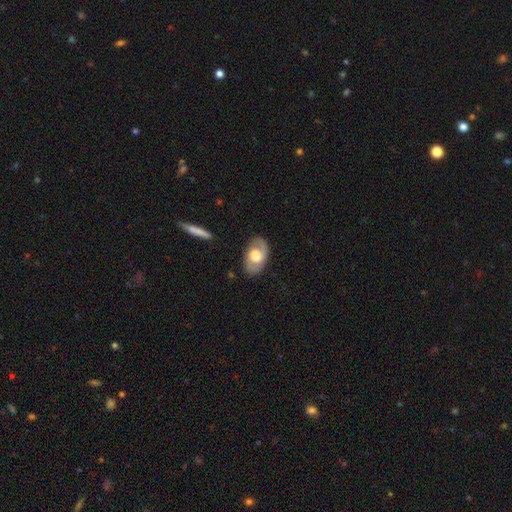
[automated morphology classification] Overall: featured or disk (55%; smooth 39%). Edge-on disk: no (91%). Bar: no (70%). Spiral arms: yes (60%; no 40%). Bulge size: large (53%; moderate 37%). Merging: none (82%).